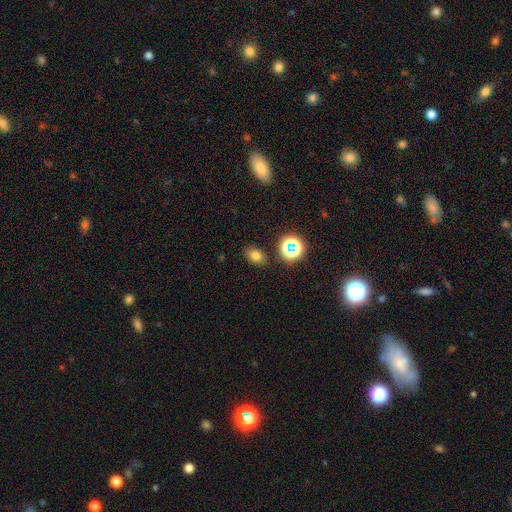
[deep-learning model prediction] smooth_or_featured: smooth (p=0.73) [alt: star or artifact p=0.18]
how_rounded: in between (p=0.72) [alt: round p=0.27]
merging: none (p=0.85) [alt: minor disturbance p=0.09]